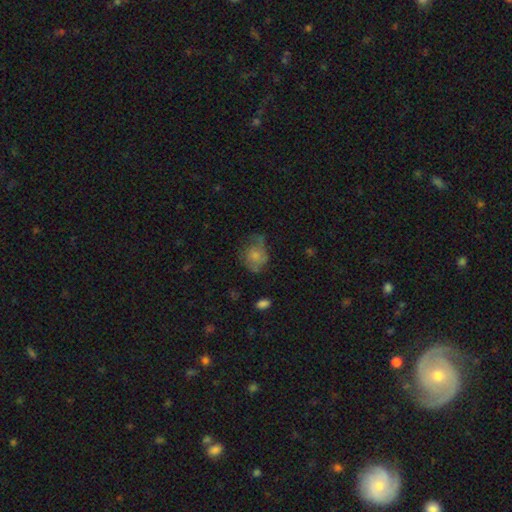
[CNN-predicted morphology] The model was most divided on "merging": none: 37%, minor disturbance: 30%, major disturbance: 29%, merger: 3%. More confident: smooth or featured — smooth (59%); how rounded — round (54%).